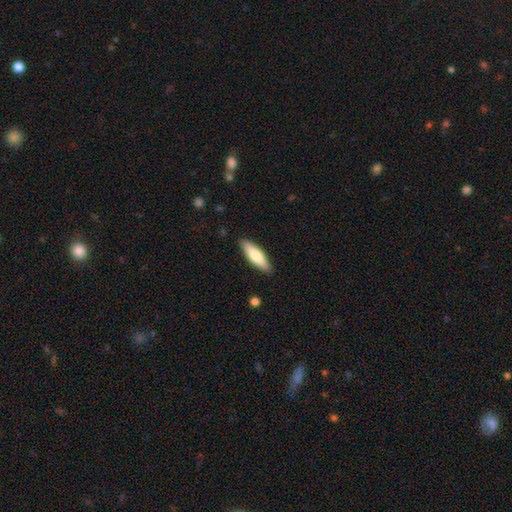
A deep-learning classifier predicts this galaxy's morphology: smooth-or-featured: smooth: 73% | featured or disk: 22% | star or artifact: 5%
  how-rounded: cigar-shaped: 54% | in between: 44% | round: 2%
  merging: none: 88% | minor disturbance: 9% | major disturbance: 2% | merger: 1%